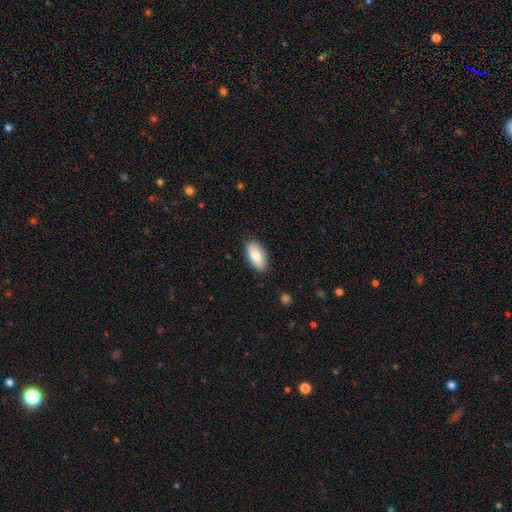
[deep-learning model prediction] Overall: smooth (80%). How rounded: in between (93%). Merging: none (84%).